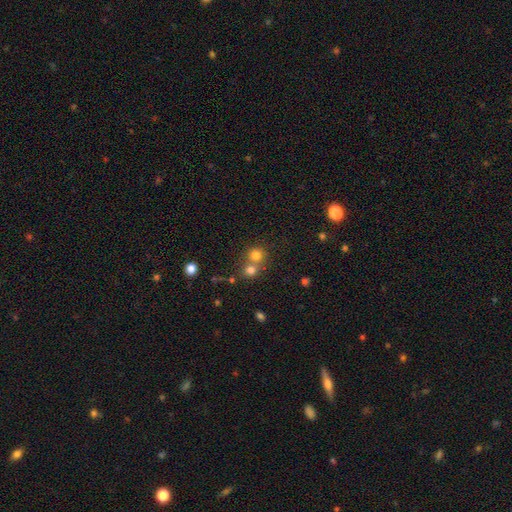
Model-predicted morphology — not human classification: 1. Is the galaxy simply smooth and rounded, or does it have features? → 77% smooth, 15% star or artifact, 9% featured or disk.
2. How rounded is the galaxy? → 88% round, 11% in between, 1% cigar-shaped.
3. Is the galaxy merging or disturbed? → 50% none, 42% merger, 5% minor disturbance, 3% major disturbance.